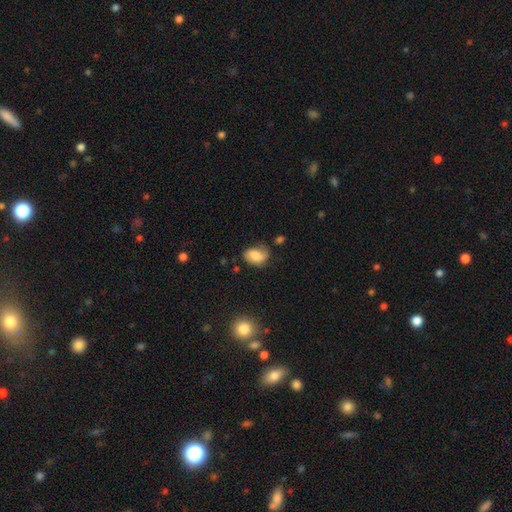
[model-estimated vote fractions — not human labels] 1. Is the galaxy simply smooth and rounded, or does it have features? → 60% smooth, 31% featured or disk, 9% star or artifact.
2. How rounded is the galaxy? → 75% in between, 24% round, 1% cigar-shaped.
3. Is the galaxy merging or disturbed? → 53% none, 31% minor disturbance, 12% major disturbance, 3% merger.